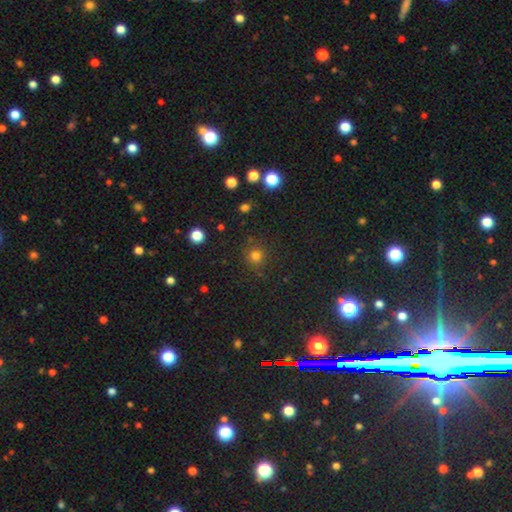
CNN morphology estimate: Smooth or featured: smooth — 76% (star or artifact — 18%)
How rounded: round — 92% (in between — 7%)
Merging: none — 85% (minor disturbance — 9%)